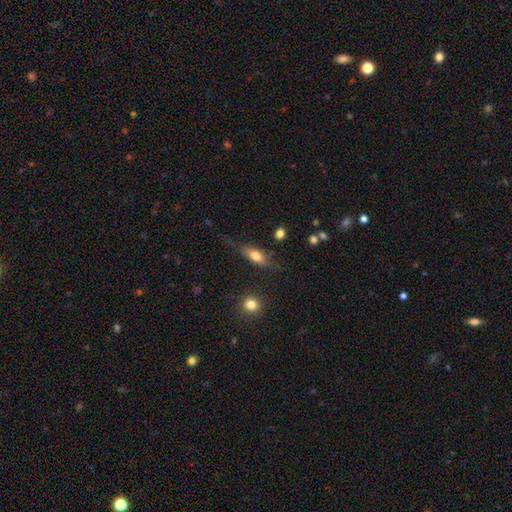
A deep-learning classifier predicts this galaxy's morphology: smooth 64%, featured or disk 29%, star or artifact 7%. Down the decision tree: how rounded — in between (66%); merging — none (62%).